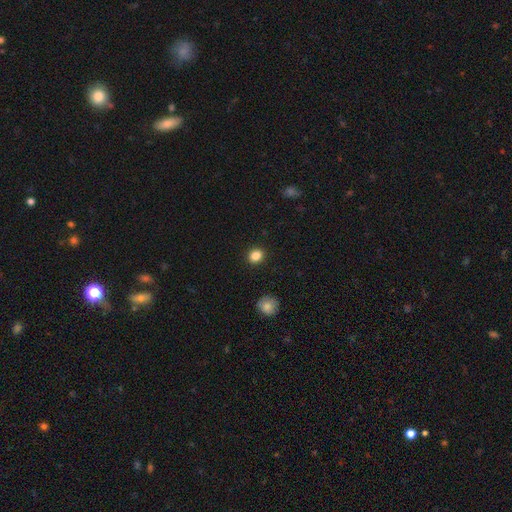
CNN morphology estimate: Smooth or featured: smooth — 85% (star or artifact — 11%)
How rounded: round — 74% (in between — 25%)
Merging: none — 91% (minor disturbance — 6%)